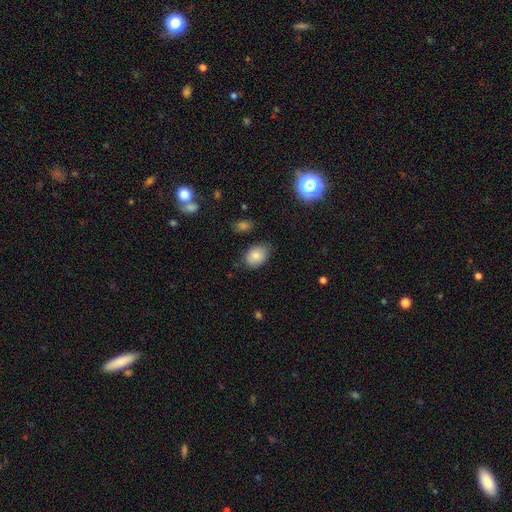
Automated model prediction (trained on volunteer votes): smooth-or-featured: smooth: 80% | featured or disk: 11% | star or artifact: 9%
  how-rounded: in between: 78% | round: 21% | cigar-shaped: 1%
  merging: none: 74% | minor disturbance: 20% | major disturbance: 4% | merger: 2%